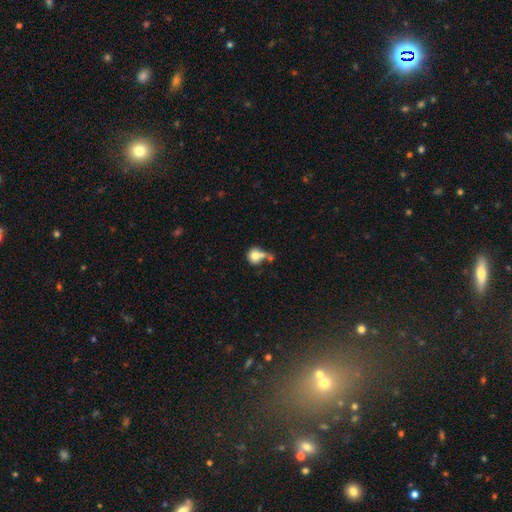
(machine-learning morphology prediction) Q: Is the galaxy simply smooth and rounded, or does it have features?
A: smooth — 76%.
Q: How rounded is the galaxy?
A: round — 78%.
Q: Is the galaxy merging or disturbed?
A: merger — 38%.